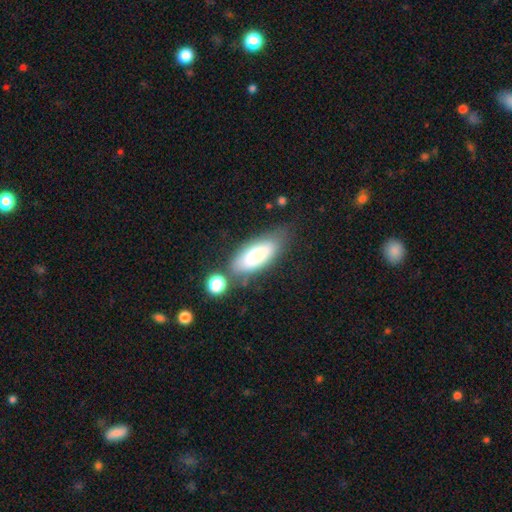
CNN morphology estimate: Q: Smooth or featured?
A: smooth (73%); runner-up: featured or disk (20%)
Q: How rounded?
A: in between (80%); runner-up: cigar-shaped (18%)
Q: Merging?
A: none (60%); runner-up: minor disturbance (19%)